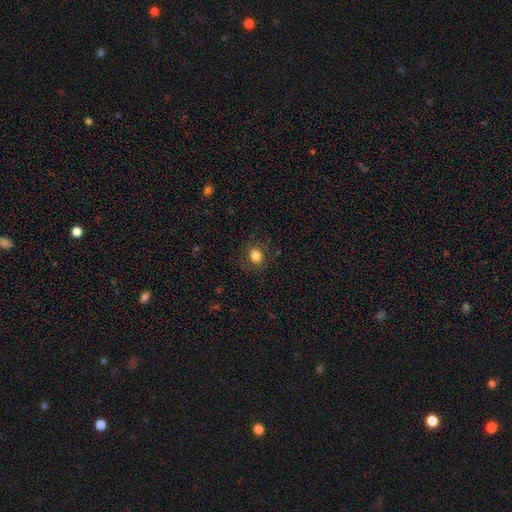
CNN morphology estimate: This is clearly a smooth galaxy (82%). How rounded: possibly round (60%). Merging: clearly none (83%).